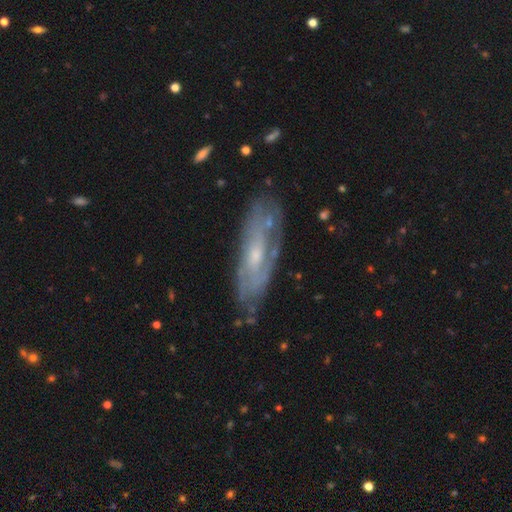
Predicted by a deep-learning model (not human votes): The model was most divided on "bulge size": small: 57%, moderate: 36%, none: 4%, large: 2%, dominant: 1%. More confident: edge-on disk — no (76%); spiral arms — yes (75%); smooth or featured — featured or disk (72%); merging — none (71%); bar — no (62%).